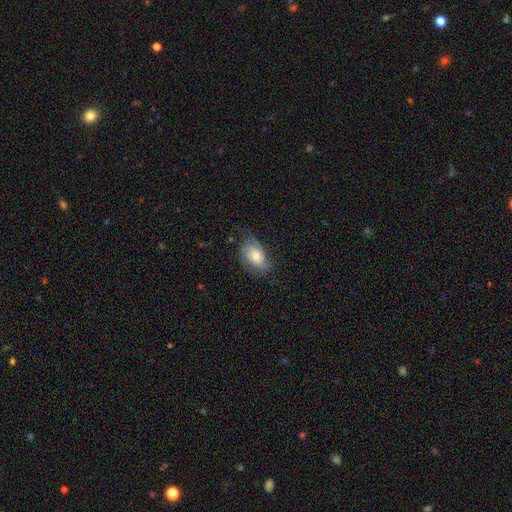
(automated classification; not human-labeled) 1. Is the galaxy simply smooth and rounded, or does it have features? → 54% featured or disk, 38% smooth, 8% star or artifact.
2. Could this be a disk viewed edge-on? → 94% no, 6% yes.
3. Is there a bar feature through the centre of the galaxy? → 72% no, 23% weak, 5% strong.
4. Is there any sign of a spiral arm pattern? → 86% yes, 14% no.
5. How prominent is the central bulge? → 52% moderate, 22% large, 19% small, 4% none, 3% dominant.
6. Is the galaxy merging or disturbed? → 58% none, 26% minor disturbance, 15% major disturbance, 1% merger.